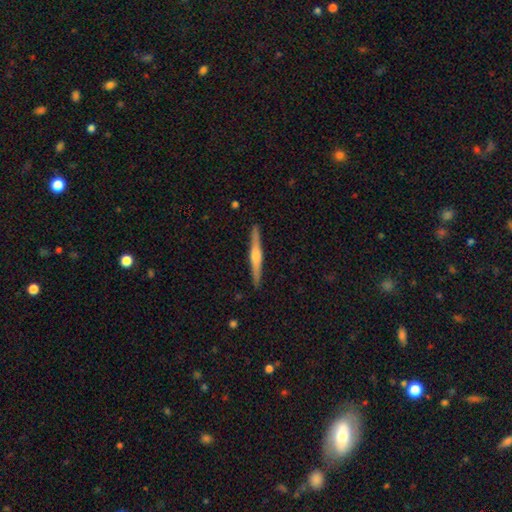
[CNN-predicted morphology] Smooth or featured?
  - featured or disk: 69% *
  - smooth: 26%
  - star or artifact: 5%
Edge-on disk?
  - yes: 98% *
  - no: 2%
Edge-on bulge?
  - rounded: 84% *
  - boxy: 8%
  - none: 8%
Merging?
  - none: 91% *
  - minor disturbance: 6%
  - major disturbance: 1%
  - merger: 1%